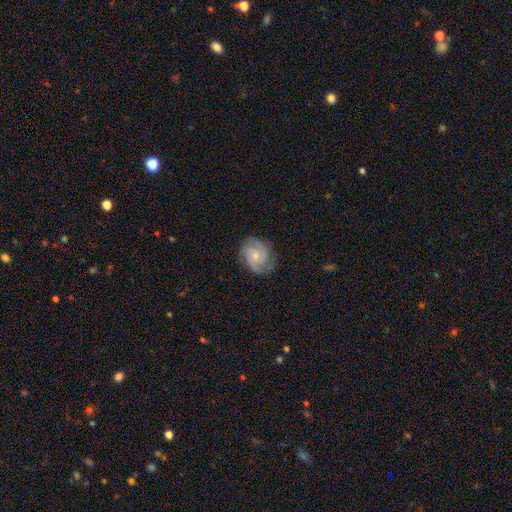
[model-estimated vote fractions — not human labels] Smooth or featured?
  - featured or disk: 76% *
  - smooth: 18%
  - star or artifact: 6%
Edge-on disk?
  - no: 98% *
  - yes: 2%
Bar?
  - no: 70% *
  - weak: 26%
  - strong: 4%
Spiral arms?
  - yes: 95% *
  - no: 5%
Spiral winding?
  - tight: 49% *
  - medium: 41%
  - loose: 10%
Spiral arm count?
  - 2: 49% *
  - 3: 25%
  - can't tell: 15%
  - 4: 4%
  - 1: 4%
  - more than 4: 3%
Bulge size?
  - small: 58% *
  - moderate: 37%
  - none: 3%
  - large: 2%
  - dominant: 1%
Merging?
  - none: 75% *
  - minor disturbance: 18%
  - major disturbance: 6%
  - merger: 1%